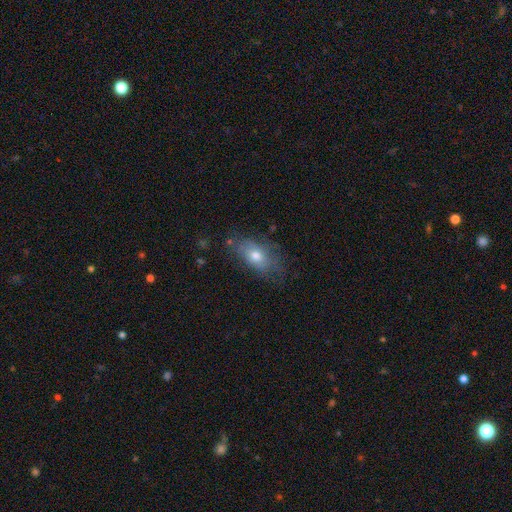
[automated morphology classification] A smooth galaxy with no disk features (65%) that is in between round and cigar-shaped (84%). Merging: none (63%).